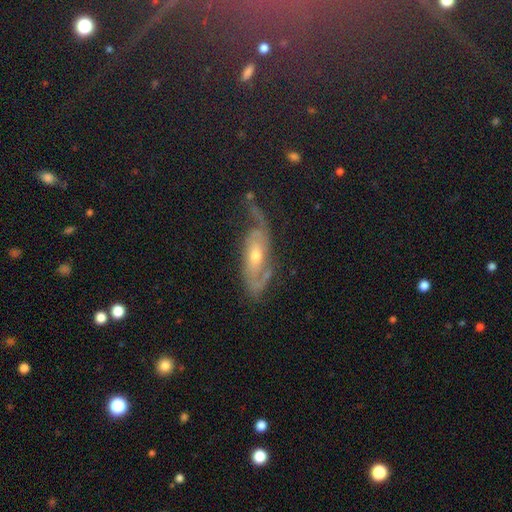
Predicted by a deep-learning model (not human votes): Smooth or featured? featured or disk (78%)
Edge-on disk? no (88%)
Bar? no (58%)
Spiral arms? yes (90%)
Spiral winding? medium (41%)
Spiral arm count? 2 (67%)
Bulge size? moderate (60%)
Merging? none (57%)